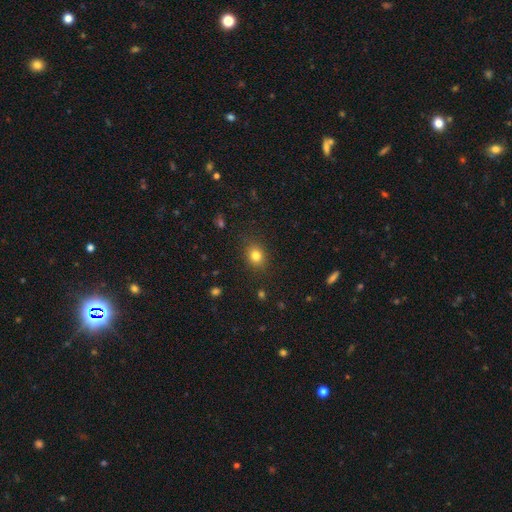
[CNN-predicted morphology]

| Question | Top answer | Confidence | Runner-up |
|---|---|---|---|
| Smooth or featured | smooth | 81% | star or artifact (12%) |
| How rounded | round | 53% | in between (46%) |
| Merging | none | 86% | minor disturbance (10%) |